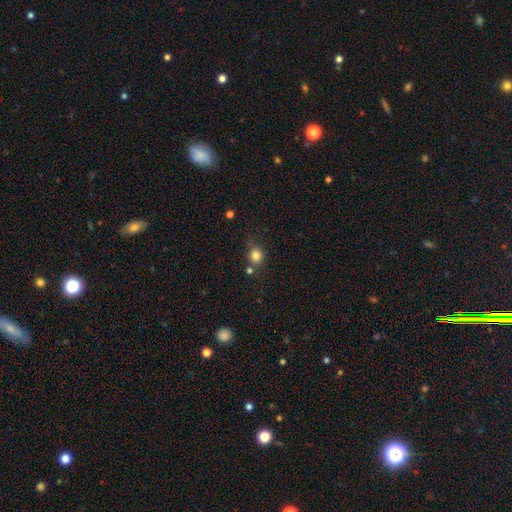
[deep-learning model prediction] smooth 81%, star or artifact 12%, featured or disk 7%. Down the decision tree: how rounded — round (79%); merging — none (68%).